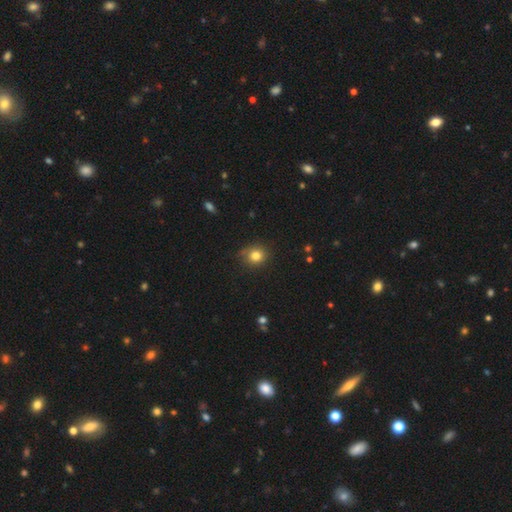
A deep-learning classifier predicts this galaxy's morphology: The model was most divided on "how rounded": round: 78%, in between: 21%, cigar-shaped: 1%. More confident: smooth or featured — smooth (80%); merging — none (76%).